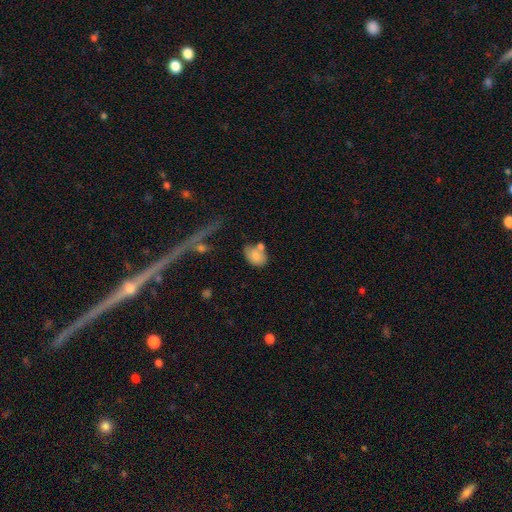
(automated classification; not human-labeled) Smooth or featured?
  - smooth: 77% *
  - featured or disk: 15%
  - star or artifact: 8%
How rounded?
  - in between: 75% *
  - round: 24%
  - cigar-shaped: 2%
Merging?
  - none: 42% *
  - merger: 30%
  - minor disturbance: 20%
  - major disturbance: 9%